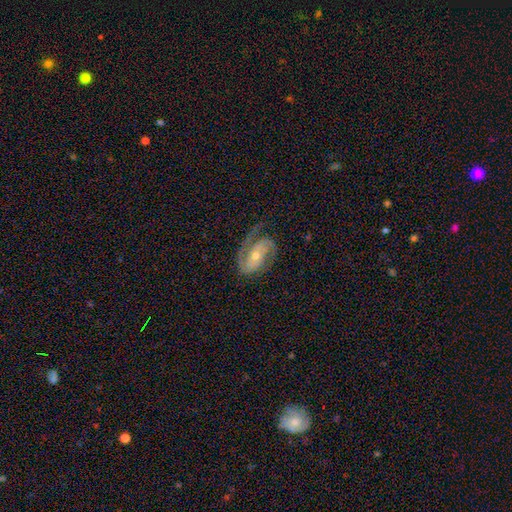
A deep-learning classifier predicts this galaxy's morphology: A featured or disk galaxy (87%) with no bar (54%), 2 (74%) medium (44%) spiral arms (96%) and a small central bulge (50%).

Vote fractions:
- Smooth or featured? featured or disk: 87% / smooth: 8% / star or artifact: 5%
- Edge-on disk? no: 97% / yes: 3%
- Bar? no: 54% / weak: 30% / strong: 16%
- Spiral arms? yes: 96% / no: 4%
- Spiral winding? medium: 44% / tight: 37% / loose: 19%
- Spiral arm count? 2: 74% / 1: 13% / can't tell: 5% / 3: 5% / 4: 1% / more than 4: 1%
- Bulge size? small: 50% / moderate: 45% / large: 2% / none: 1% / dominant: 1%
- Merging? none: 63% / minor disturbance: 19% / major disturbance: 17% / merger: 2%